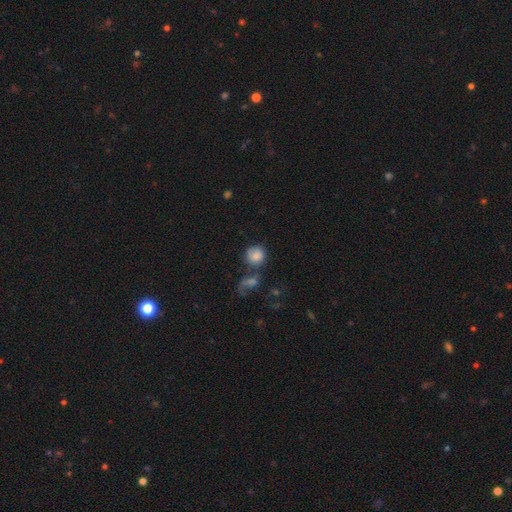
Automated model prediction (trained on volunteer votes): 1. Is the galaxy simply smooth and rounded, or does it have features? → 83% smooth, 9% star or artifact, 8% featured or disk.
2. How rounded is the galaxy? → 85% round, 14% in between, 1% cigar-shaped.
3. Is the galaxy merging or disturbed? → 49% none, 28% merger, 14% minor disturbance, 9% major disturbance.